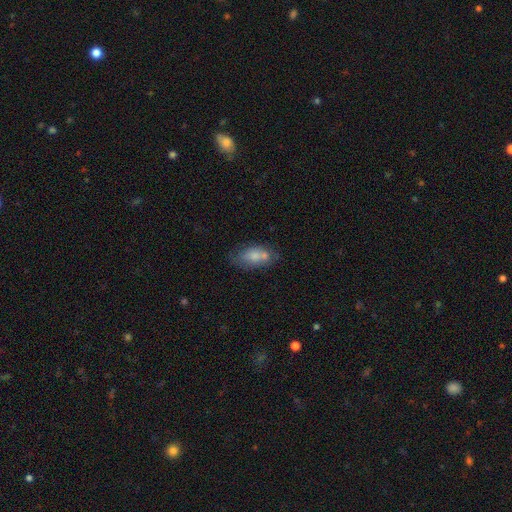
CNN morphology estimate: This appears to be a smooth galaxy with no disk features (70%) that is in between round and cigar-shaped (87%). Merging: none (47%).